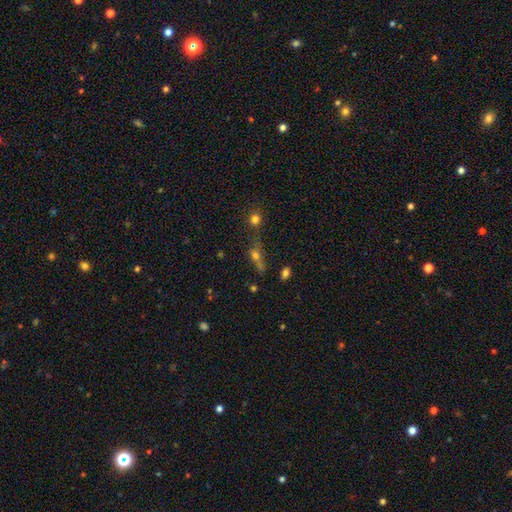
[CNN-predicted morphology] Q: Smooth or featured?
A: smooth (51%); runner-up: star or artifact (26%)
Q: How rounded?
A: in between (39%); tied with: round (39%)
Q: Merging?
A: none (40%); runner-up: merger (34%)